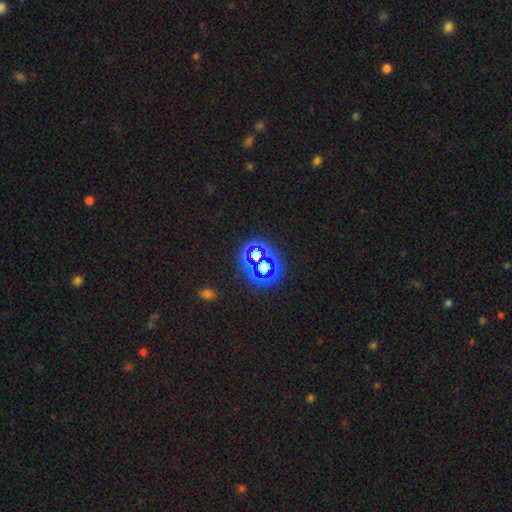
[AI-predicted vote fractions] Q: Smooth or featured?
A: star or artifact (68%); runner-up: smooth (19%)